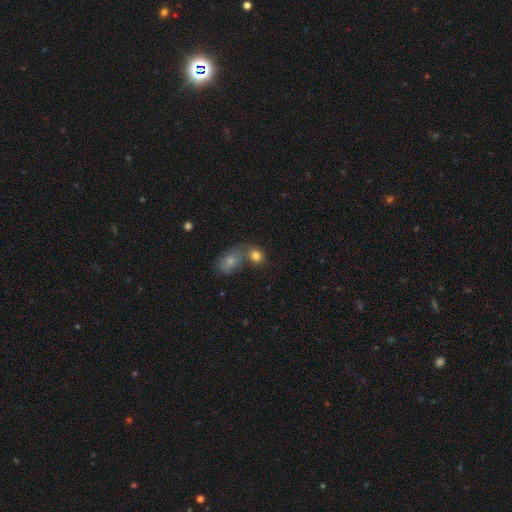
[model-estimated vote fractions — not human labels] Q: Smooth or featured?
A: smooth (80%); runner-up: star or artifact (10%)
Q: How rounded?
A: round (55%); runner-up: in between (43%)
Q: Merging?
A: merger (48%); runner-up: none (38%)